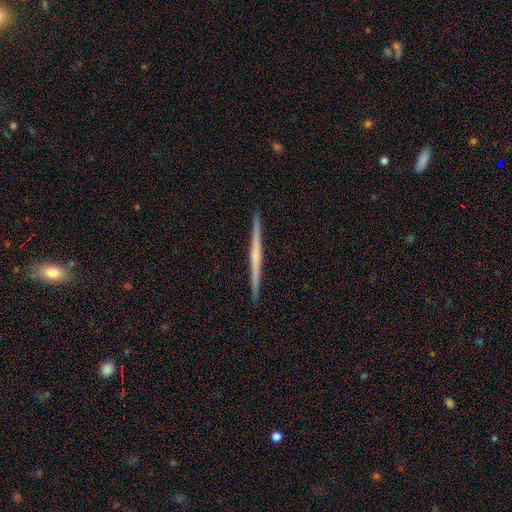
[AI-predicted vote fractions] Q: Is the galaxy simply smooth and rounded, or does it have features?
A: featured or disk — 64%.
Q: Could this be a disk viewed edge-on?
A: yes — 98%.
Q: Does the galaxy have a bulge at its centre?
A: none — 70%.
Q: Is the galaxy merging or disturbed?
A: none — 93%.